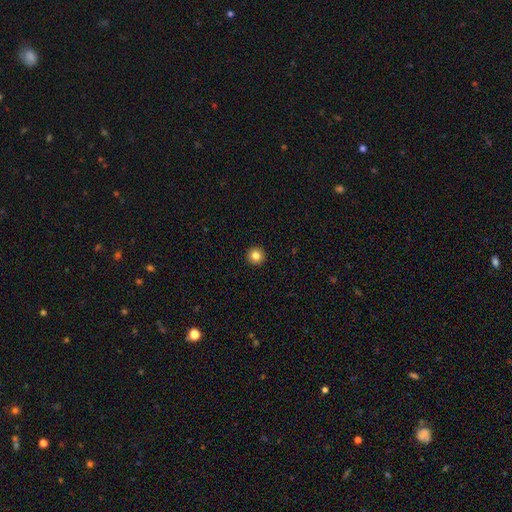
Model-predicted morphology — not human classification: smooth-or-featured: smooth: 83% | star or artifact: 11% | featured or disk: 6%
  how-rounded: round: 96% | in between: 3% | cigar-shaped: 1%
  merging: none: 94% | minor disturbance: 4% | major disturbance: 1% | merger: 1%